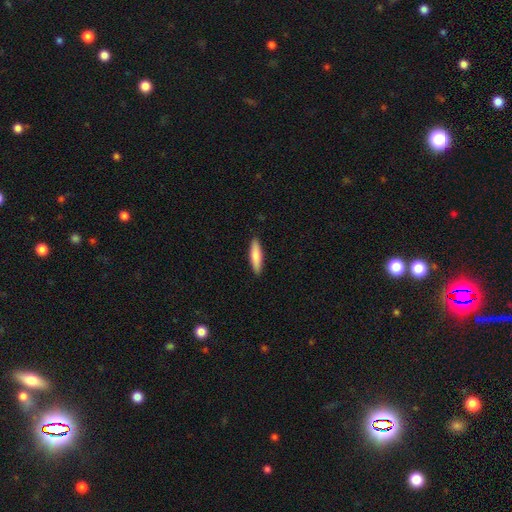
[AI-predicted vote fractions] This appears to be a smooth galaxy with no disk features (82%) that is cigar-shaped (74%). Merging: none (90%).